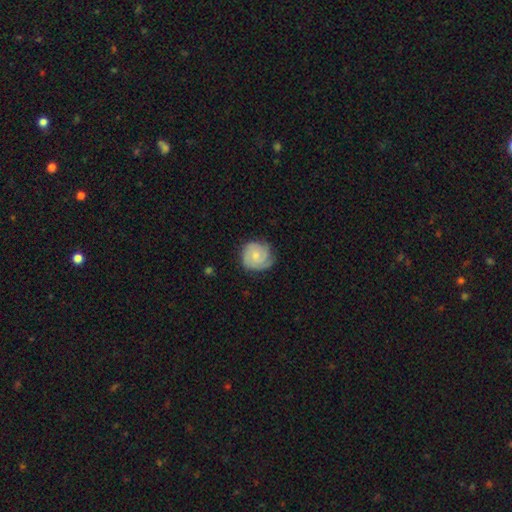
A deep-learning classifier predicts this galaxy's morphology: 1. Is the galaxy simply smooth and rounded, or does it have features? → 58% featured or disk, 36% smooth, 6% star or artifact.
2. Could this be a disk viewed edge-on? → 98% no, 2% yes.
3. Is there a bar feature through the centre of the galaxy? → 73% no, 24% weak, 3% strong.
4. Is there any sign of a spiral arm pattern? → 90% yes, 10% no.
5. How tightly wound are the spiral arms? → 66% tight, 26% medium, 7% loose.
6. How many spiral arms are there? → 30% can't tell, 28% 2, 26% 3, 8% 1, 6% 4, 4% more than 4.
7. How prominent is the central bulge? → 54% small, 37% moderate, 6% none, 2% large, 1% dominant.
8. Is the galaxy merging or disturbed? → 71% none, 22% minor disturbance, 6% major disturbance, 1% merger.